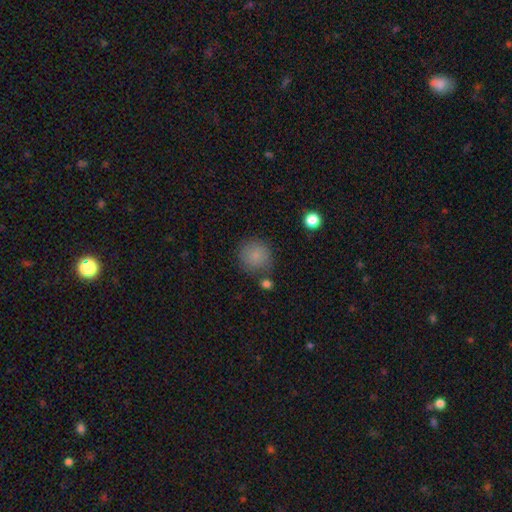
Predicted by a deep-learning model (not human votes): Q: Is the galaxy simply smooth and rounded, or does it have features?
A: smooth — 84%.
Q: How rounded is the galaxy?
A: round — 93%.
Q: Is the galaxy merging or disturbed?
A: none — 76%.